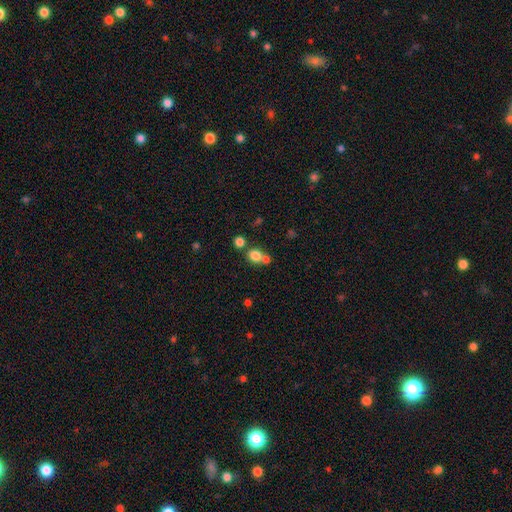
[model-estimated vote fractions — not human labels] Smooth or featured: smooth — 79% (star or artifact — 13%)
How rounded: round — 75% (in between — 24%)
Merging: none — 51% (merger — 37%)